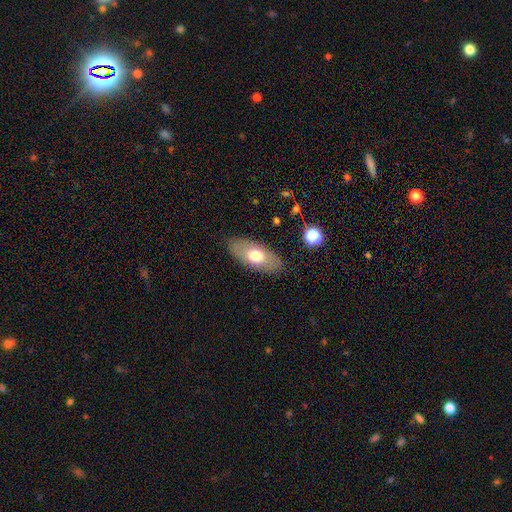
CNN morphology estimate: smooth_or_featured: smooth (p=0.64) [alt: featured or disk p=0.29]
how_rounded: in between (p=0.88) [alt: cigar-shaped p=0.08]
merging: none (p=0.86) [alt: minor disturbance p=0.10]